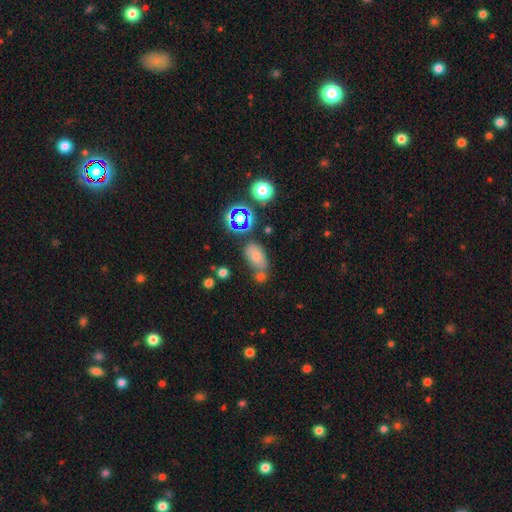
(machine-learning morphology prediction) A smooth galaxy with no disk features (68%) that is in between round and cigar-shaped (86%). Merging: none (50%).